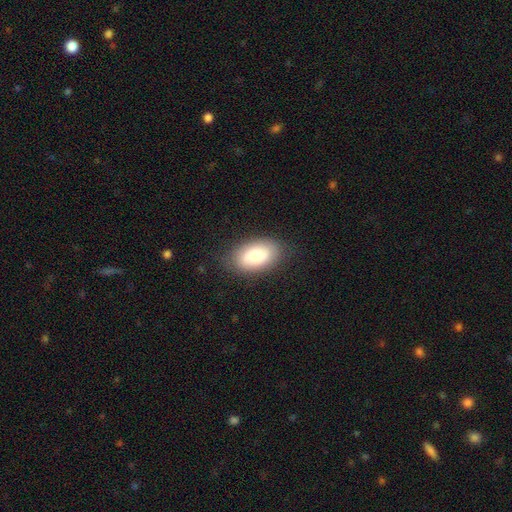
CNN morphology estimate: Smooth or featured? Predicted: smooth (p=0.75). How rounded? Predicted: in between (p=0.92). Merging? Predicted: none (p=0.83).